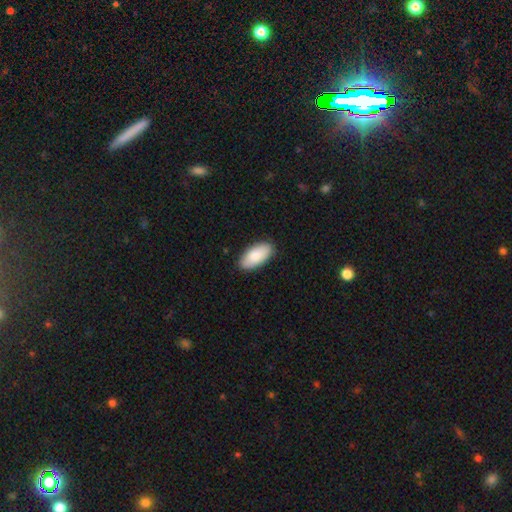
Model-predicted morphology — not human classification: This appears to be a smooth galaxy with no disk features (86%) that is in between round and cigar-shaped (93%). Merging: none (87%).